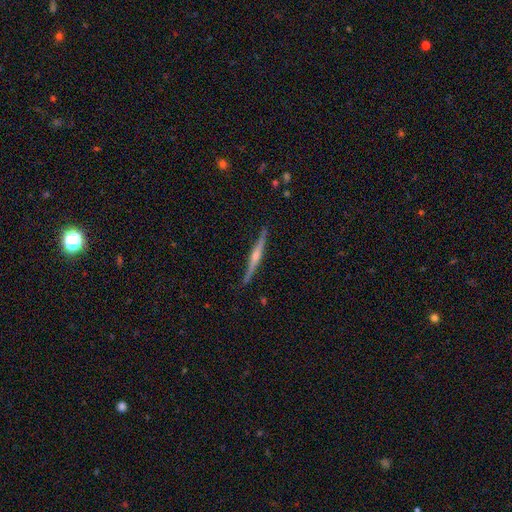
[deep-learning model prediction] Morphology: type=featured or disk (80%); edge-on=yes (98%); edge-on bulge=rounded (80%); merging=none (90%).